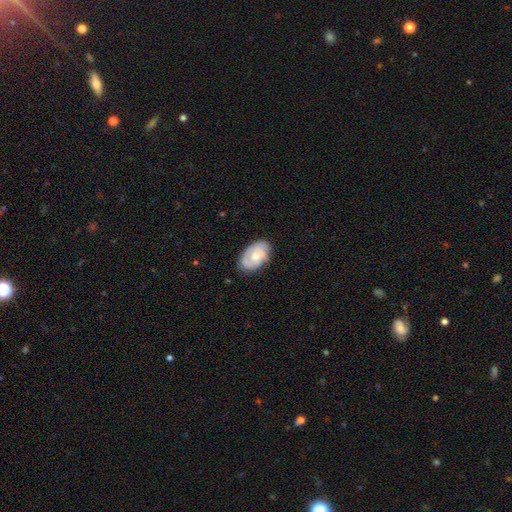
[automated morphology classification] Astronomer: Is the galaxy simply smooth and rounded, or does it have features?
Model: featured or disk — 53% (runner-up: smooth, 41%).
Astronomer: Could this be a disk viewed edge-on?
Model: no — 96%.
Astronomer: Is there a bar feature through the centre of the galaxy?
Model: no — 76%.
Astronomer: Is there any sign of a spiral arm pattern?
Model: yes — 75%.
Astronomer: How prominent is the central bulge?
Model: moderate — 52% (runner-up: small, 33%).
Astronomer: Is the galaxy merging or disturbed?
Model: none — 76%.